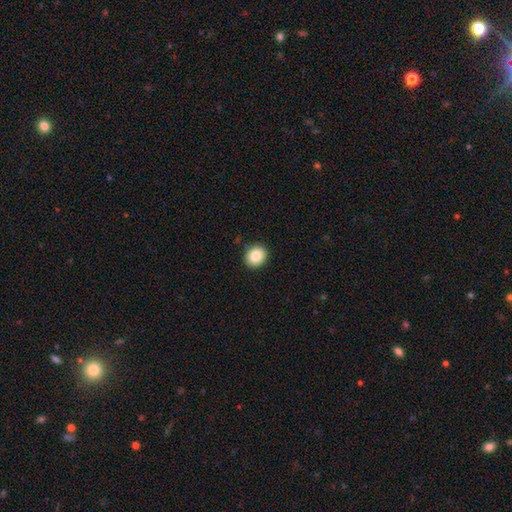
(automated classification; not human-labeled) A smooth galaxy with no disk features (84%) that is round (70%). Merging: none (90%).